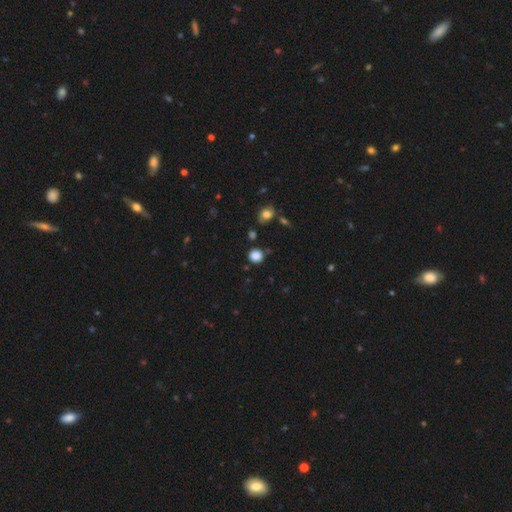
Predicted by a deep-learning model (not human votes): Smooth or featured: smooth — 84% (star or artifact — 12%)
How rounded: round — 89% (in between — 10%)
Merging: none — 85% (minor disturbance — 9%)